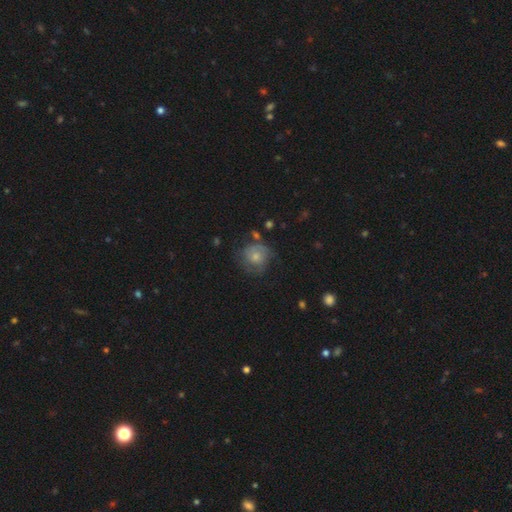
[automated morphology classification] This appears to be a smooth galaxy with no disk features (53%) that is round (82%). Merging: none (55%).